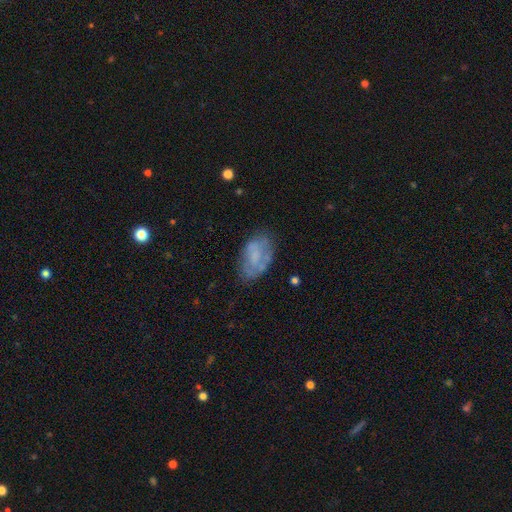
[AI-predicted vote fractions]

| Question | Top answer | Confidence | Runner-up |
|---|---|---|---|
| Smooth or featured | smooth | 46% | featured or disk (45%) |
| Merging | none | 64% | minor disturbance (24%) |